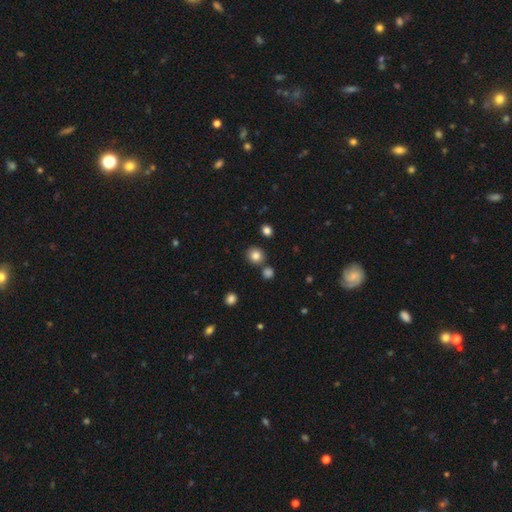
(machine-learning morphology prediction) type=smooth (83%); roundness=round (87%); merging=none (81%).